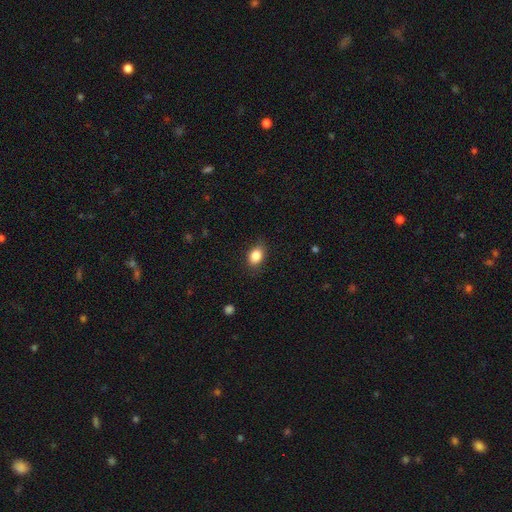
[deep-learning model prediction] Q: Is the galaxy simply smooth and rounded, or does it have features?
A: smooth — 86%.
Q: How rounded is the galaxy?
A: in between — 77%.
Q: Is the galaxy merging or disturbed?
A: none — 83%.